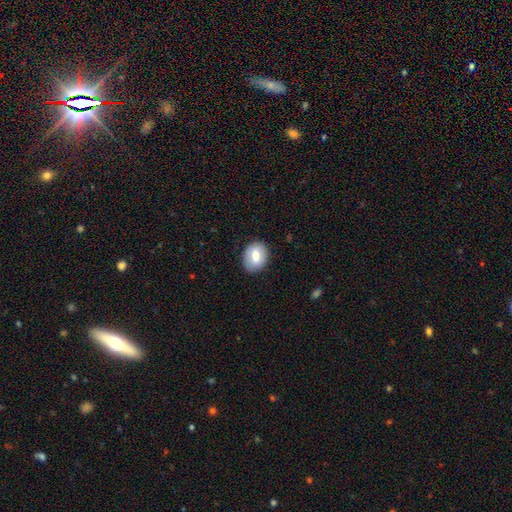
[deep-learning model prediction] Morphology: type=smooth (67%); roundness=in between (59%); merging=none (85%).